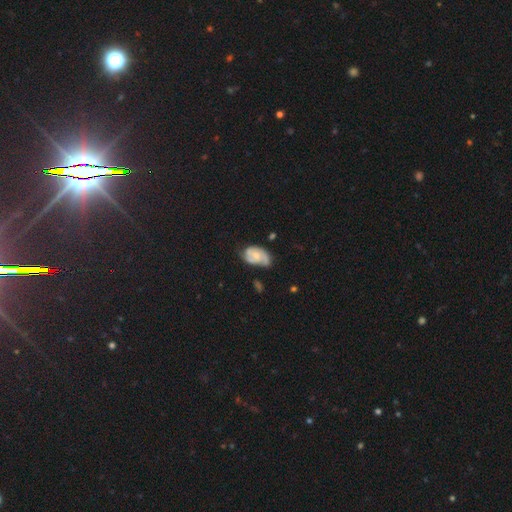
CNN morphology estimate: A featured or disk galaxy (63%) with no bar (71%), 2 (61%) tight (47%) spiral arms (87%) and a small central bulge (46%).

Vote fractions:
- Smooth or featured? featured or disk: 63% / smooth: 31% / star or artifact: 6%
- Edge-on disk? no: 96% / yes: 4%
- Bar? no: 71% / weak: 25% / strong: 4%
- Spiral arms? yes: 87% / no: 13%
- Spiral winding? tight: 47% / medium: 38% / loose: 15%
- Spiral arm count? 2: 61% / can't tell: 18% / 1: 11% / 3: 7% / 4: 1% / more than 4: 1%
- Bulge size? small: 46% / moderate: 44% / none: 5% / large: 3% / dominant: 1%
- Merging? none: 52% / minor disturbance: 33% / major disturbance: 12% / merger: 3%